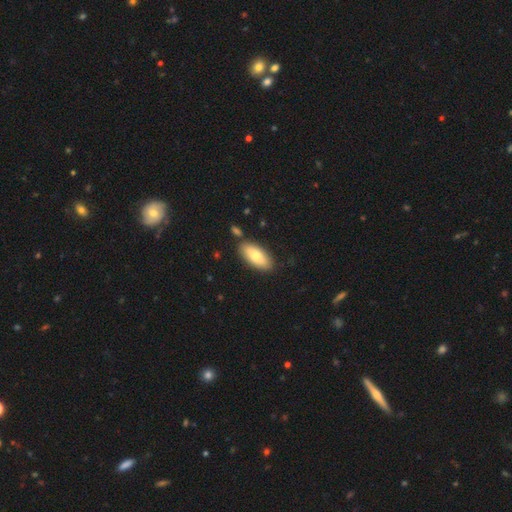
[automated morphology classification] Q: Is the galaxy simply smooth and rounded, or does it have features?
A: smooth — 76%.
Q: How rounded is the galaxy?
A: in between — 85%.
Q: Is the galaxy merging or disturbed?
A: none — 83%.